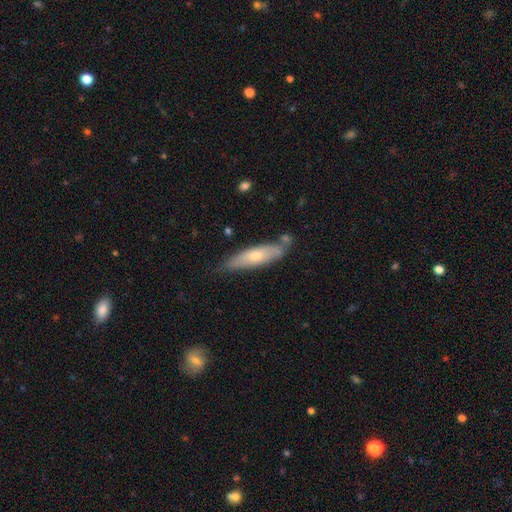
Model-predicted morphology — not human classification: Q: Smooth or featured?
A: smooth (55%); runner-up: featured or disk (39%)
Q: How rounded?
A: cigar-shaped (63%); runner-up: in between (35%)
Q: Merging?
A: none (69%); runner-up: minor disturbance (21%)